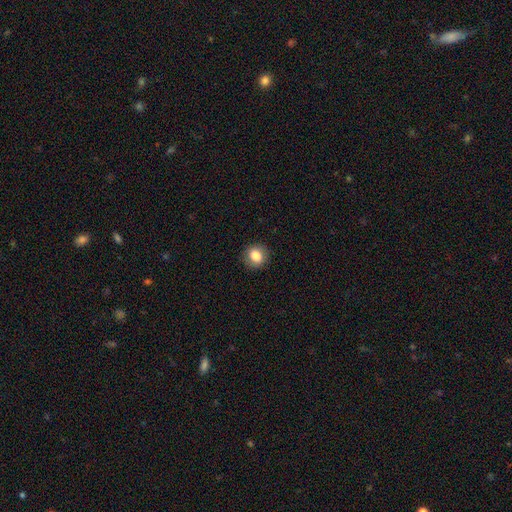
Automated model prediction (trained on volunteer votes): A smooth galaxy with no disk features (83%) that is round (77%). Merging: none (89%).